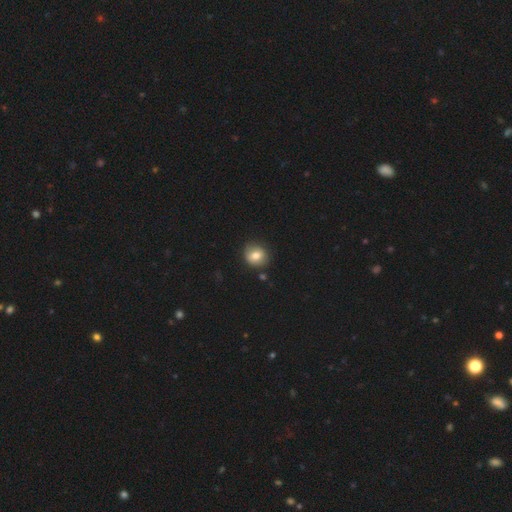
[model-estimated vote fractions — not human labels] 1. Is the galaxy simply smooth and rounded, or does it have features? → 78% smooth, 13% featured or disk, 10% star or artifact.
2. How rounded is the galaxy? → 81% round, 18% in between, 1% cigar-shaped.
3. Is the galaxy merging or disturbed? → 83% none, 11% minor disturbance, 3% merger, 2% major disturbance.